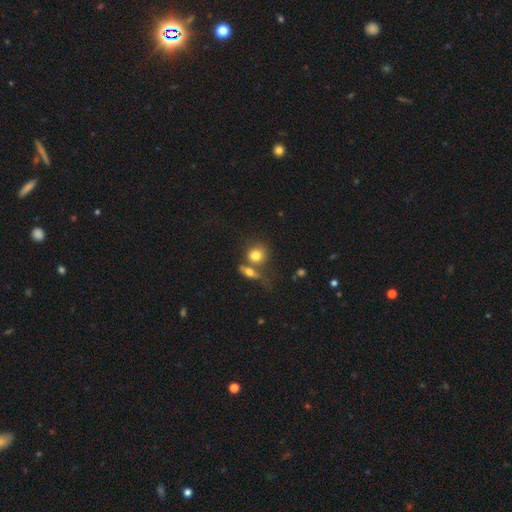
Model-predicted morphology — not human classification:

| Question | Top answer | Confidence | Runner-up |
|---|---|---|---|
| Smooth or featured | smooth | 76% | featured or disk (14%) |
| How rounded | round | 72% | in between (25%) |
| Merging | none | 47% | merger (37%) |